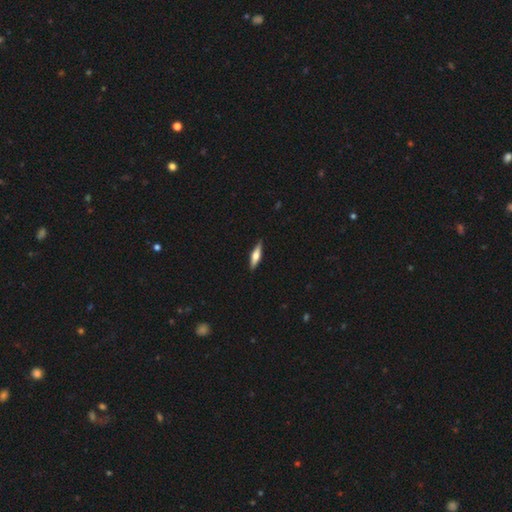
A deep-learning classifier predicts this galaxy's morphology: Q: Smooth or featured?
A: featured or disk (54%); runner-up: smooth (40%)
Q: Edge-on disk?
A: yes (96%); runner-up: no (4%)
Q: Edge-on bulge?
A: rounded (89%); runner-up: boxy (8%)
Q: Merging?
A: none (89%); runner-up: minor disturbance (8%)